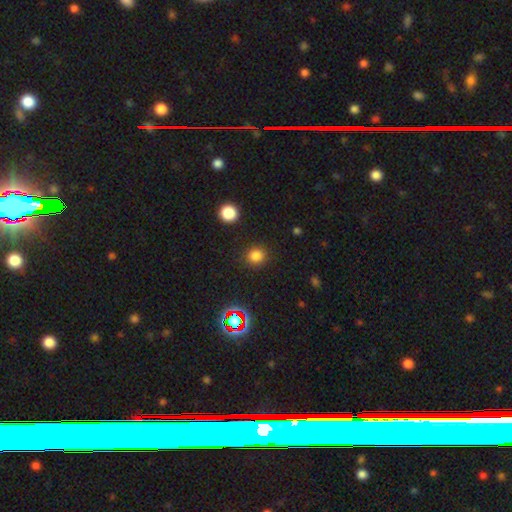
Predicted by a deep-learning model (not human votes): smooth_or_featured: smooth (p=0.78) [alt: star or artifact p=0.17]
how_rounded: round (p=0.87) [alt: in between p=0.12]
merging: none (p=0.89) [alt: minor disturbance p=0.07]